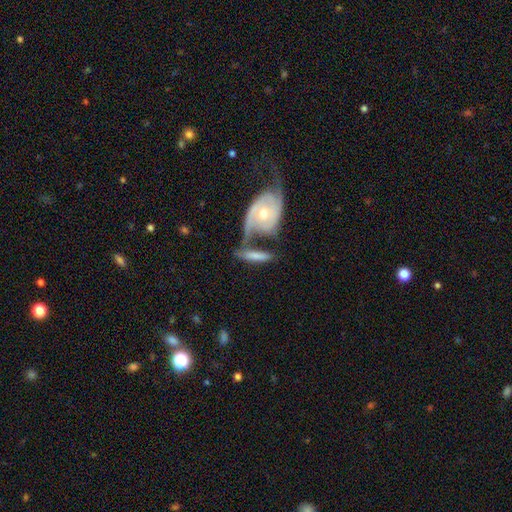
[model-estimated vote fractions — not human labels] The model was most divided on "how rounded": in between: 49%, cigar-shaped: 47%, round: 4%. Remaining: smooth or featured — smooth (53%); merging — merger (47%).